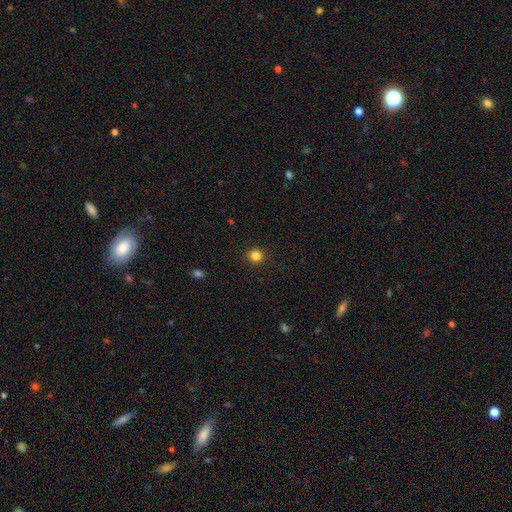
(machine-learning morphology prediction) type=smooth (83%); roundness=round (94%); merging=none (93%).